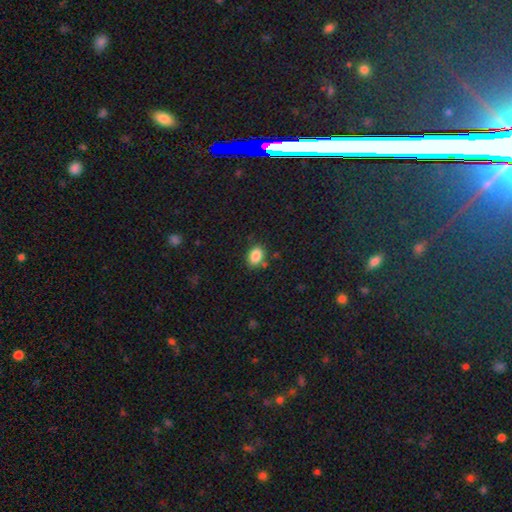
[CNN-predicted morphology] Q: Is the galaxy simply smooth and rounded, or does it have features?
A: smooth — 86%.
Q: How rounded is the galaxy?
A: in between — 74%.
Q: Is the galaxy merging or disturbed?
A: none — 80%.